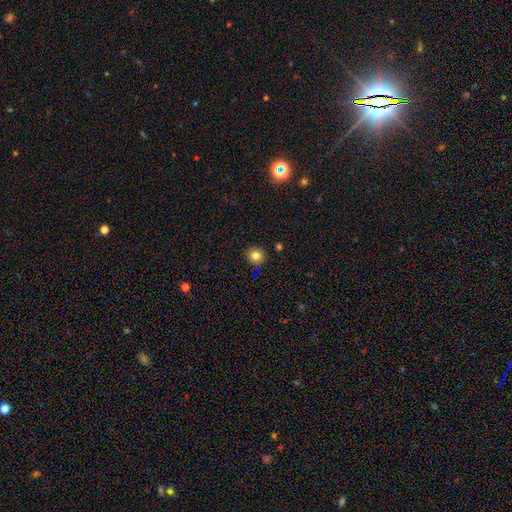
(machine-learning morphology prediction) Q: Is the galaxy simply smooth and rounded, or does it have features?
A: smooth — 81%.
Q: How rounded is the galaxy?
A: round — 92%.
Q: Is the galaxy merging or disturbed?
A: none — 90%.